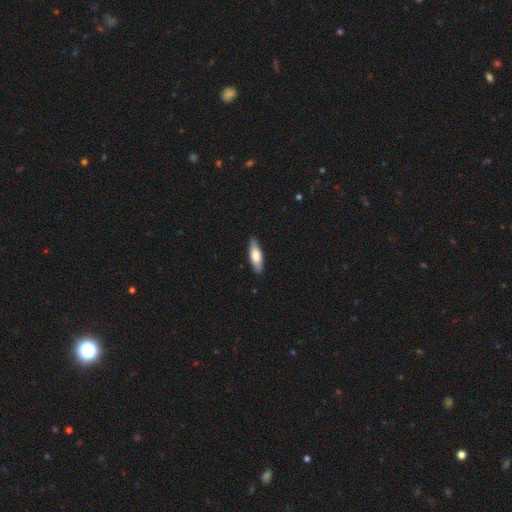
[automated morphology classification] smooth 67%, featured or disk 28%, star or artifact 5%. Down the decision tree: how rounded — in between (54%); merging — none (86%).